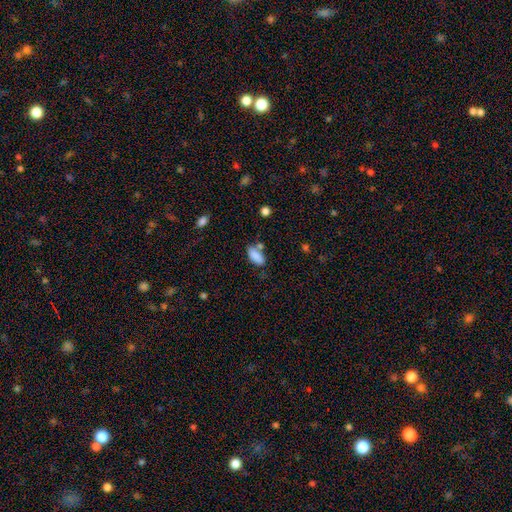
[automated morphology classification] A smooth galaxy with no disk features (84%) that is in between round and cigar-shaped (89%). Merging: none (57%).